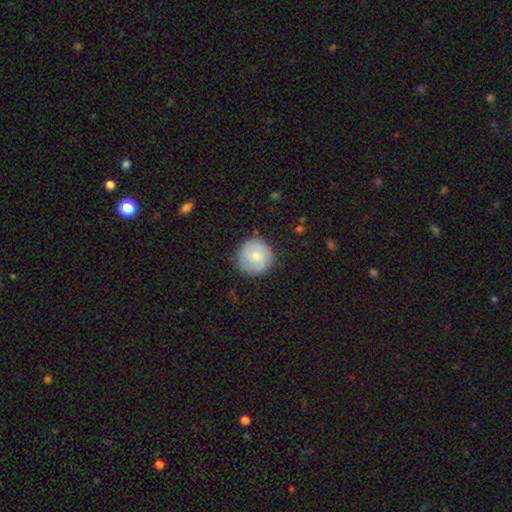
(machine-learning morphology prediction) A smooth galaxy with no disk features (77%) that is round (95%). Merging: none (83%).